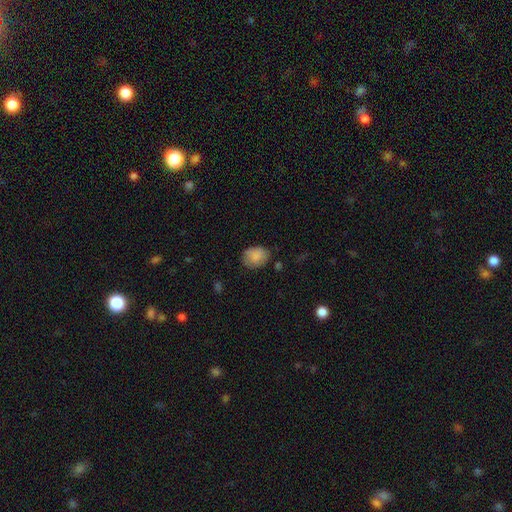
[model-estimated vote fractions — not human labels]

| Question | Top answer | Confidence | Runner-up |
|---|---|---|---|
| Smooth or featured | smooth | 83% | featured or disk (9%) |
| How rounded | in between | 59% | round (40%) |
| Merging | none | 70% | minor disturbance (23%) |